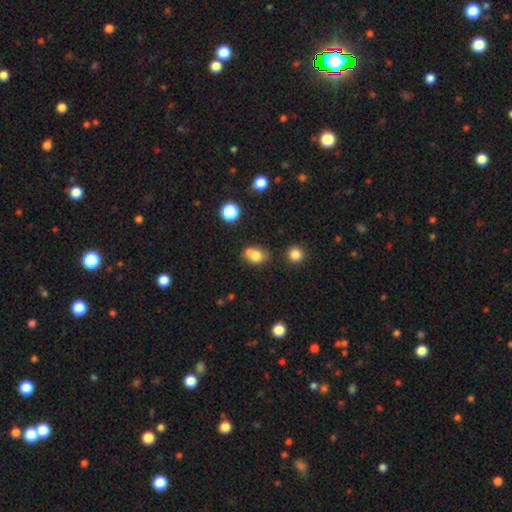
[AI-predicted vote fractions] Overall: smooth (75%). How rounded: in between (51%; round 48%). Merging: merger (42%; none 40%).